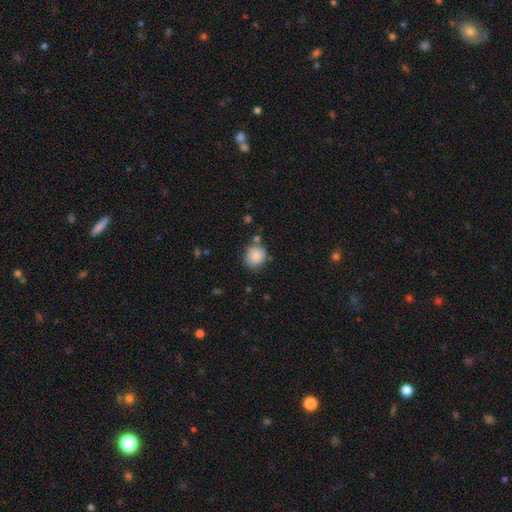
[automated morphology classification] A smooth galaxy with no disk features (86%) that is round (75%).

Vote fractions:
- Smooth or featured? smooth: 86% / star or artifact: 8% / featured or disk: 6%
- How rounded? round: 75% / in between: 24% / cigar-shaped: 1%
- Merging? none: 71% / minor disturbance: 18% / merger: 7% / major disturbance: 4%